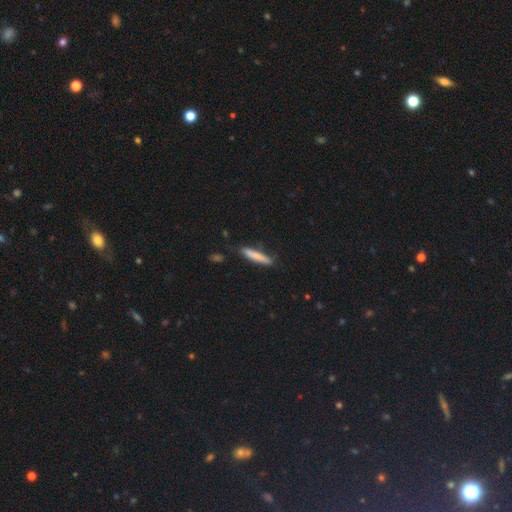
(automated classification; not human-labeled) Smooth or featured? Predicted: smooth (p=0.79). How rounded? Predicted: cigar-shaped (p=0.90). Merging? Predicted: none (p=0.78).